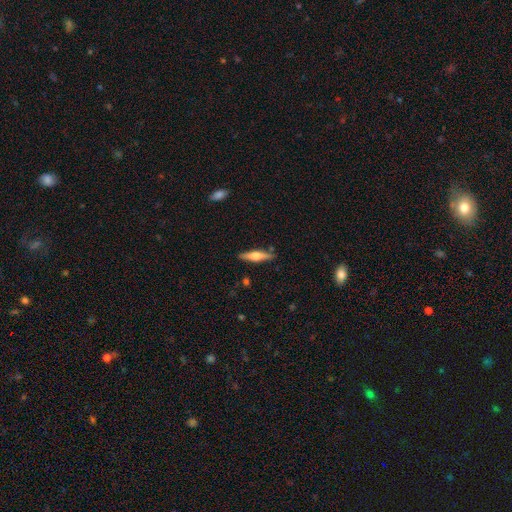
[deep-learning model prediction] This appears to be a featured or disk galaxy (54%) viewed edge-on (96%) with a rounded central bulge (86%). Merging: none (87%).